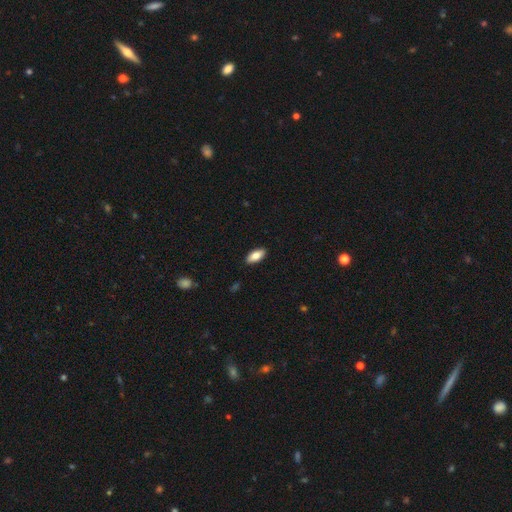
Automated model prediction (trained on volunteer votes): smooth 82%, featured or disk 12%, star or artifact 6%. Down the decision tree: how rounded — in between (87%); merging — none (90%).